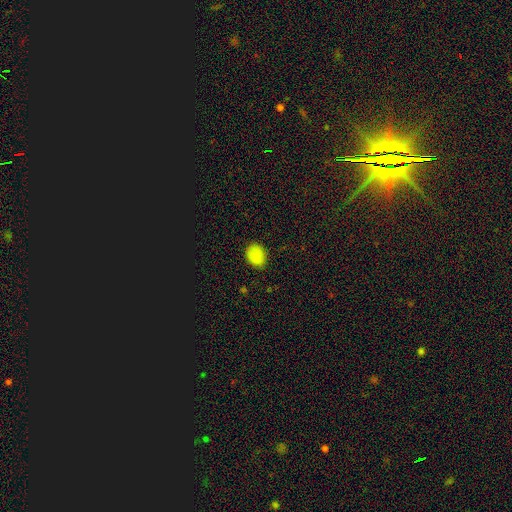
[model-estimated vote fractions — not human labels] Smooth or featured? Predicted: smooth (p=0.85). How rounded? Predicted: in between (p=0.58). Merging? Predicted: none (p=0.83).